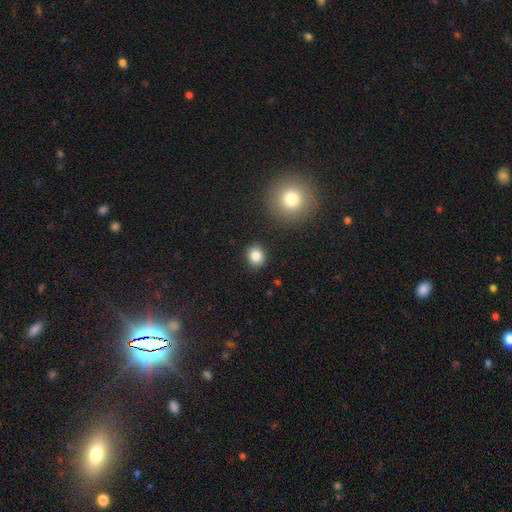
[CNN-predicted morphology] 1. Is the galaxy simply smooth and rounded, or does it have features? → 85% smooth, 10% star or artifact, 5% featured or disk.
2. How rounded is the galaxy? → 73% round, 26% in between, 1% cigar-shaped.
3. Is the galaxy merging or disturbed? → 88% none, 7% minor disturbance, 2% major disturbance, 2% merger.